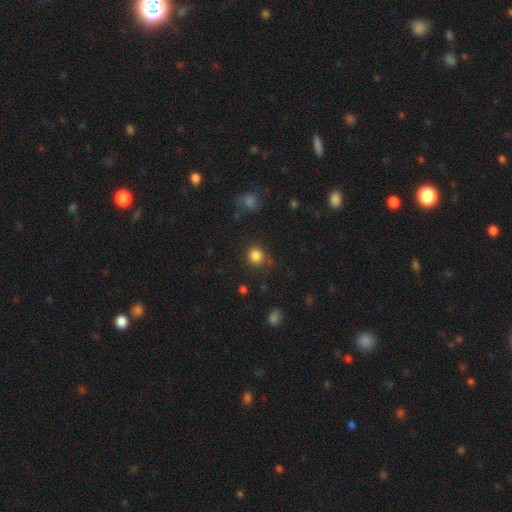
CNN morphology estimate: smooth 84%, star or artifact 12%, featured or disk 5%. Down the decision tree: how rounded — round (86%); merging — none (77%).